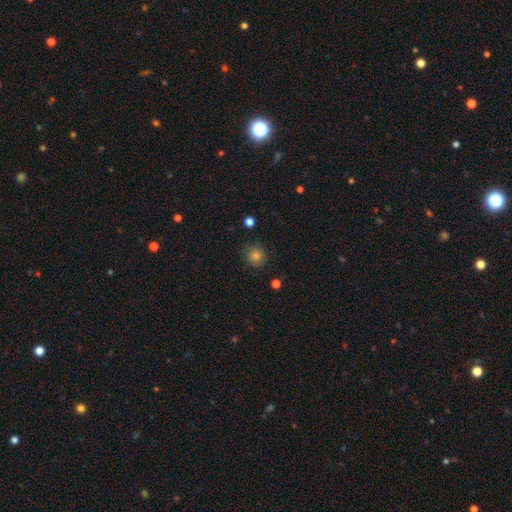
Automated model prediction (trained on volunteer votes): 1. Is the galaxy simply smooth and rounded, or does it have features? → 77% smooth, 15% star or artifact, 8% featured or disk.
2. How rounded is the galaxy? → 90% round, 9% in between, 1% cigar-shaped.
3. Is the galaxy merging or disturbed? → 86% none, 10% minor disturbance, 3% major disturbance, 1% merger.